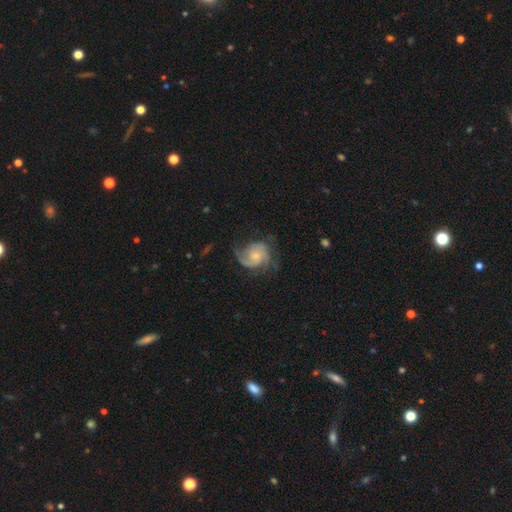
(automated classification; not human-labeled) Smooth or featured? Predicted: featured or disk (p=0.77). Edge-on disk? Predicted: no (p=0.98). Bar? Predicted: no (p=0.73). Spiral arms? Predicted: yes (p=0.94). Spiral winding? Predicted: medium (p=0.44). Spiral arm count? Predicted: 2 (p=0.42). Bulge size? Predicted: small (p=0.57). Merging? Predicted: none (p=0.56).